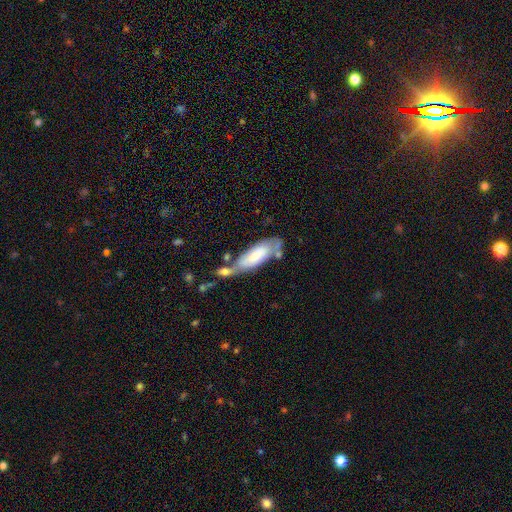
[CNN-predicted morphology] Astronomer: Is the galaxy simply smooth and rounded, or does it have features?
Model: smooth — 56% (runner-up: featured or disk, 38%).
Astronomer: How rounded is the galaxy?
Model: in between — 66%.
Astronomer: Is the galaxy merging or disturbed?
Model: none — 34% (runner-up: merger, 33%).